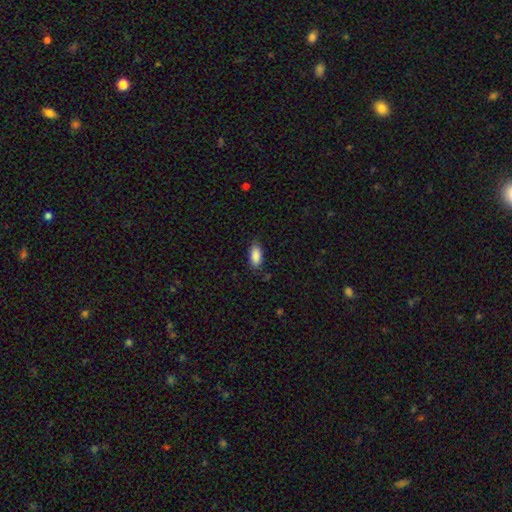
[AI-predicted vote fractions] Smooth or featured? smooth (89%)
How rounded? in between (90%)
Merging? none (81%)